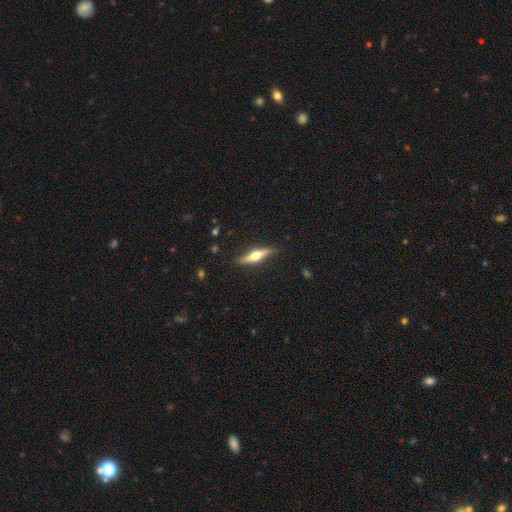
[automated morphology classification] This appears to be a featured or disk galaxy (62%) viewed edge-on (95%) with a rounded central bulge (94%). Merging: none (86%).